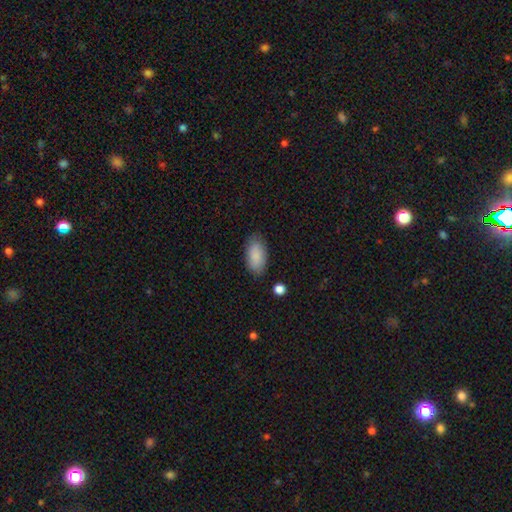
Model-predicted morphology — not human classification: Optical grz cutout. It shows a smooth galaxy with no disk features (88%) that is in between round and cigar-shaped (93%). Merging: none (83%).